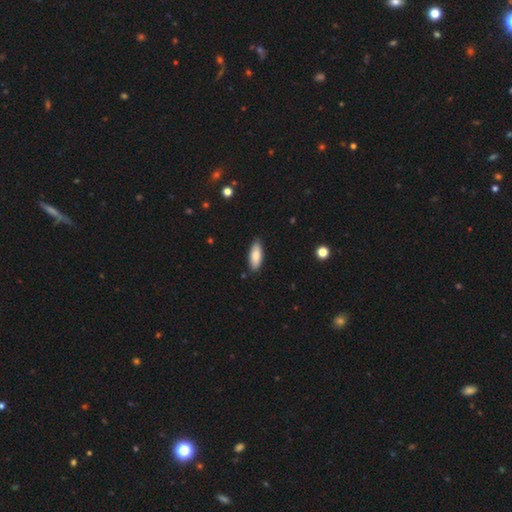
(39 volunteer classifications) Smooth or featured? smooth (87%)
How rounded? in between (65%)
Merging? none (89%)